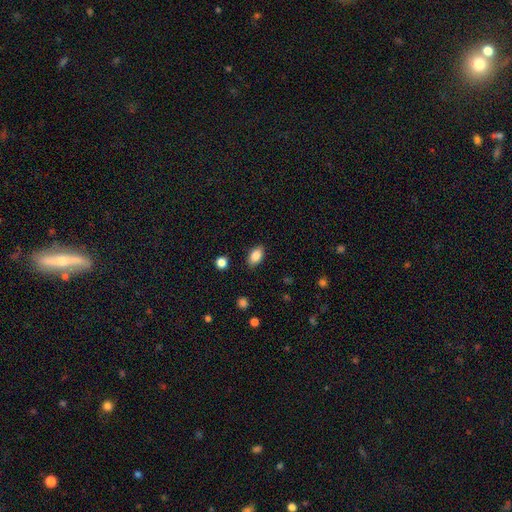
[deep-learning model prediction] smooth 86%, star or artifact 8%, featured or disk 6%. Down the decision tree: how rounded — in between (89%); merging — none (86%).